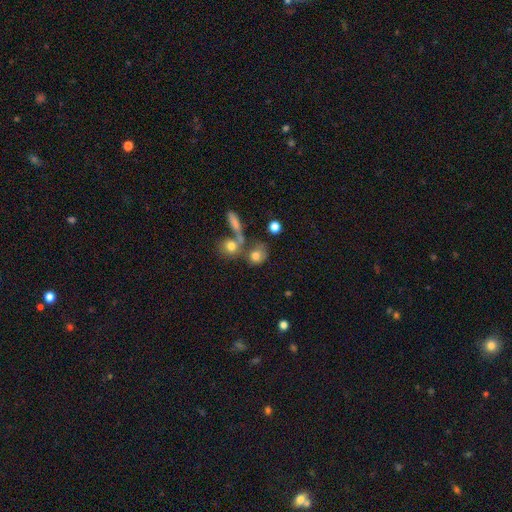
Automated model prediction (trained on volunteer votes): Smooth or featured? Predicted: smooth (p=0.73). How rounded? Predicted: round (p=0.62). Merging? Predicted: none (p=0.41).